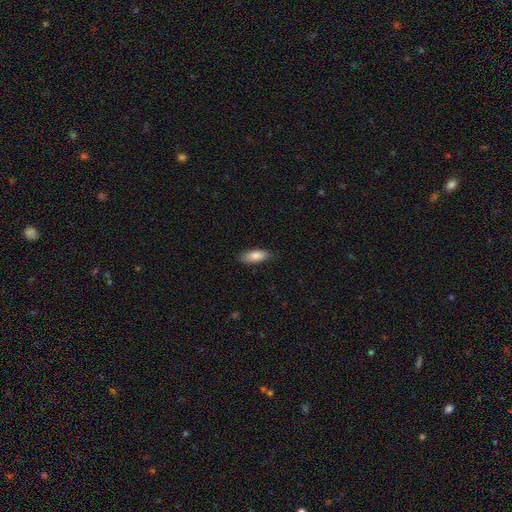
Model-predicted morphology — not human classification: Overall: smooth (84%). How rounded: in between (77%). Merging: none (86%).